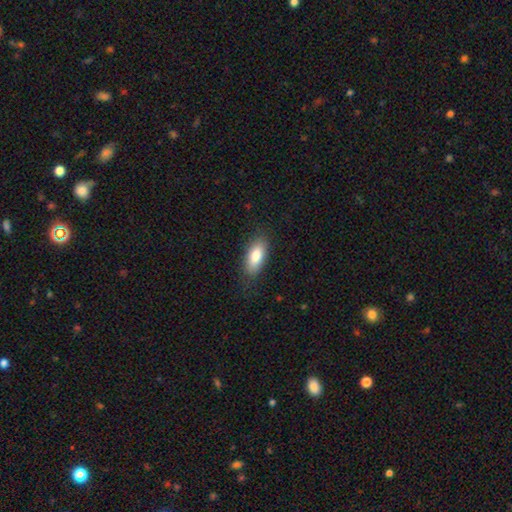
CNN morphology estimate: A smooth galaxy with no disk features (83%) that is in between round and cigar-shaped (84%).

Vote fractions:
- Smooth or featured? smooth: 83% / featured or disk: 10% / star or artifact: 6%
- How rounded? in between: 84% / cigar-shaped: 13% / round: 2%
- Merging? none: 82% / minor disturbance: 13% / major disturbance: 3% / merger: 1%